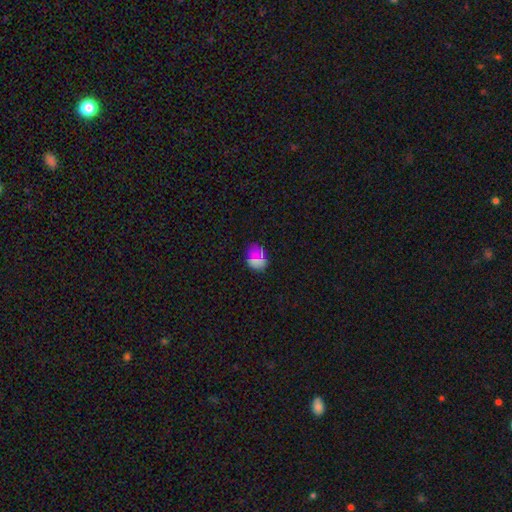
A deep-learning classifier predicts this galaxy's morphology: The model was most divided on "how rounded": in between: 55%, round: 43%, cigar-shaped: 3%. More confident: merging — none (83%); smooth or featured — smooth (65%).